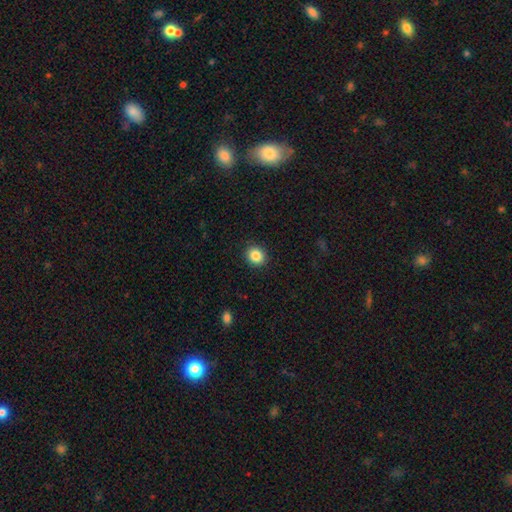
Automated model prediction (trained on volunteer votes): smooth-or-featured: smooth: 86% | star or artifact: 9% | featured or disk: 5%
  how-rounded: round: 74% | in between: 25% | cigar-shaped: 1%
  merging: none: 91% | minor disturbance: 6% | major disturbance: 2% | merger: 1%